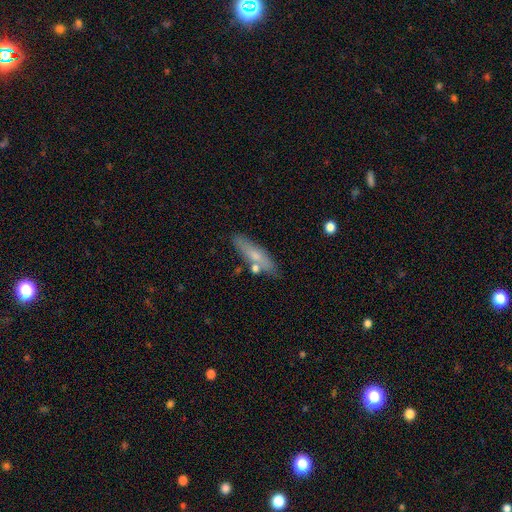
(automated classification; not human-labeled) Overall: smooth (61%; featured or disk 31%). How rounded: cigar-shaped (69%). Merging: none (75%).